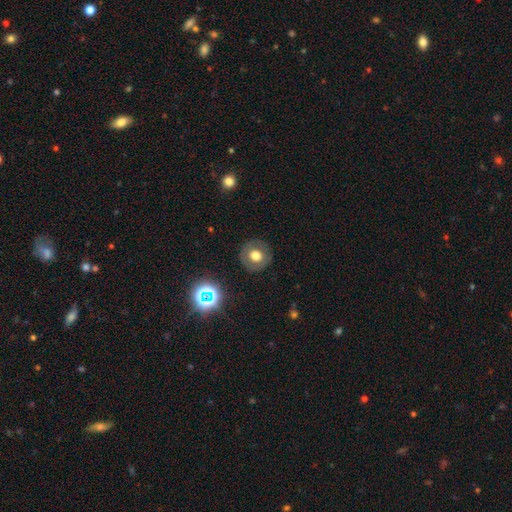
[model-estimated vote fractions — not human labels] A smooth galaxy with no disk features (62%) that is round (91%).

Vote fractions:
- Smooth or featured? smooth: 62% / featured or disk: 26% / star or artifact: 12%
- How rounded? round: 91% / in between: 8% / cigar-shaped: 1%
- Merging? none: 87% / minor disturbance: 8% / major disturbance: 4% / merger: 1%